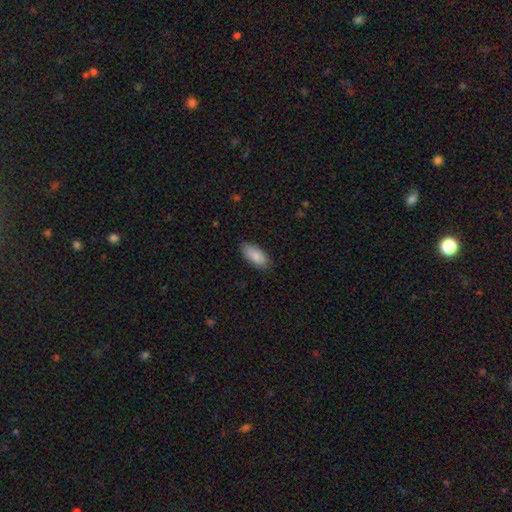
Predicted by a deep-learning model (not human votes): The model was most divided on "merging": none: 83%, minor disturbance: 14%, major disturbance: 3%, merger: 1%. More confident: how rounded — in between (91%); smooth or featured — smooth (86%).